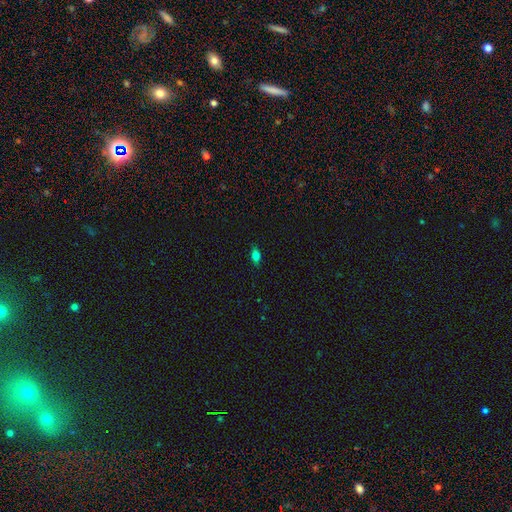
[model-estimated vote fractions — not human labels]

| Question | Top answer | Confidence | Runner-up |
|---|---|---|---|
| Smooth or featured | smooth | 74% | featured or disk (15%) |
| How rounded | in between | 82% | cigar-shaped (10%) |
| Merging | none | 86% | minor disturbance (11%) |